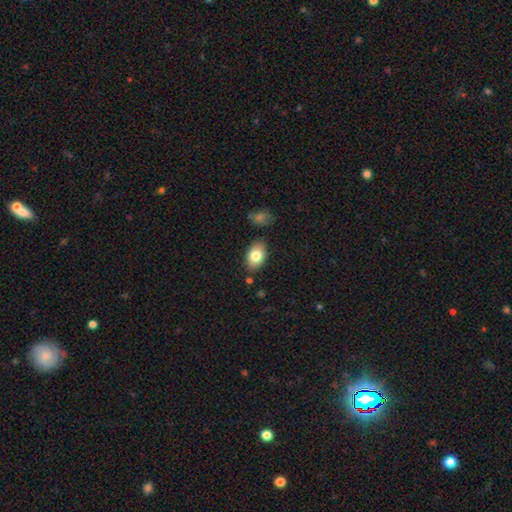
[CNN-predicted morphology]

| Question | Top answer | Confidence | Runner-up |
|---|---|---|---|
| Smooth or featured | smooth | 80% | featured or disk (13%) |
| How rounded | in between | 87% | round (11%) |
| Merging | none | 83% | minor disturbance (11%) |